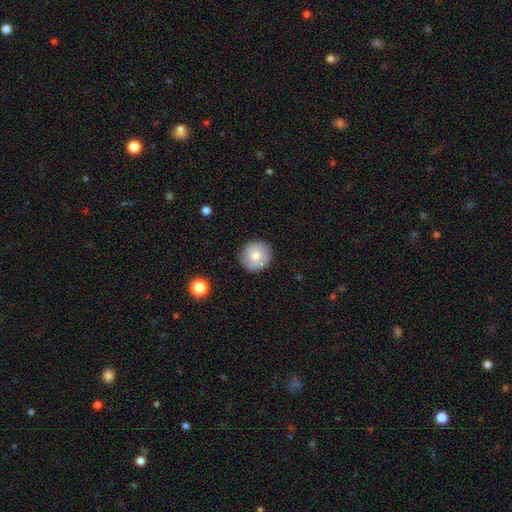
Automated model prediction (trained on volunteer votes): smooth-or-featured: smooth: 74% | featured or disk: 18% | star or artifact: 8%
  how-rounded: round: 94% | in between: 5% | cigar-shaped: 1%
  merging: none: 88% | minor disturbance: 9% | major disturbance: 2% | merger: 1%